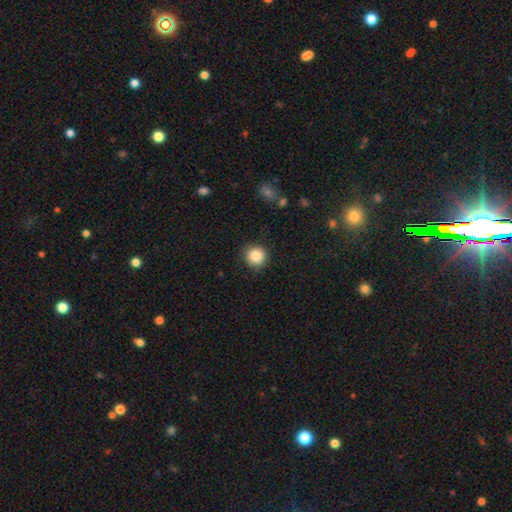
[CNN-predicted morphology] This appears to be a smooth galaxy with no disk features (85%) that is round (93%). Merging: none (87%).